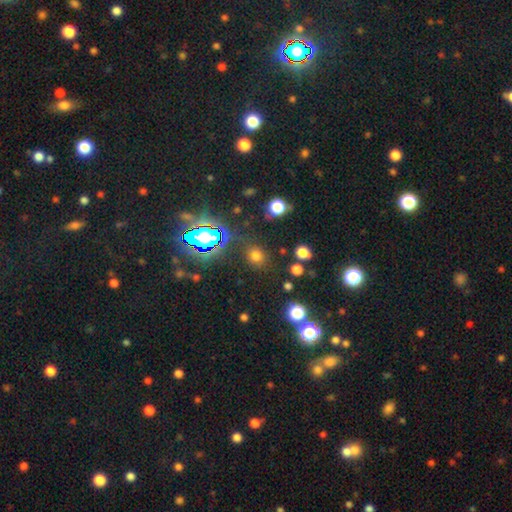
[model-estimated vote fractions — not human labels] Morphology: type=smooth (64%); roundness=round (77%); merging=none (79%).